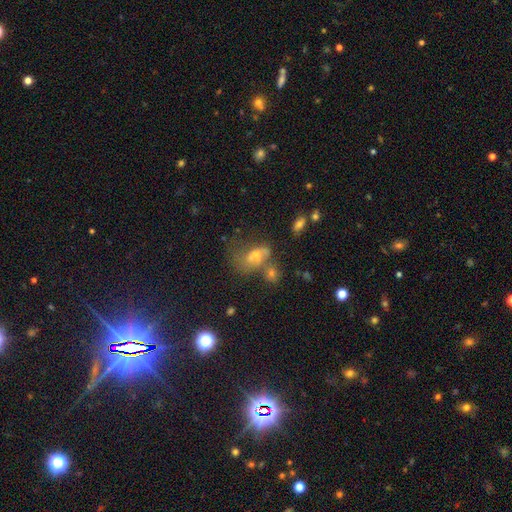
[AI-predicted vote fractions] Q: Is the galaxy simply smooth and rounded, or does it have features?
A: smooth — 52%.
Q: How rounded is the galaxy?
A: in between — 74%.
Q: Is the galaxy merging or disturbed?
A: merger — 35%.